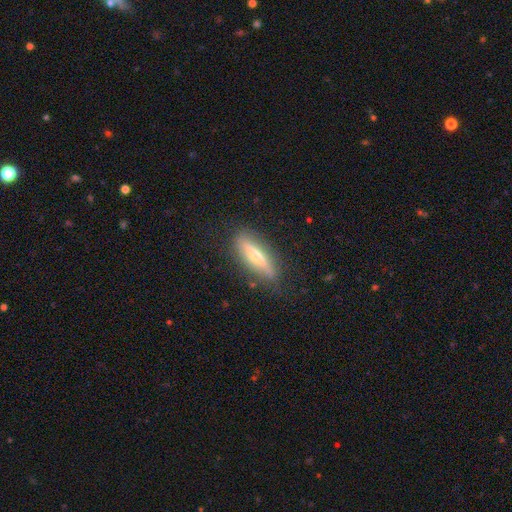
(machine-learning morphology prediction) Smooth or featured: featured or disk — 53% (smooth — 38%)
Edge-on disk: yes — 75% (no — 25%)
Merging: none — 82% (minor disturbance — 14%)